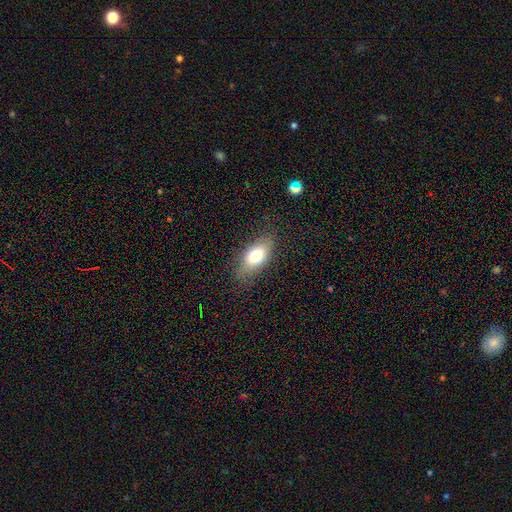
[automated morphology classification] Smooth or featured? smooth (74%)
How rounded? in between (86%)
Merging? none (77%)